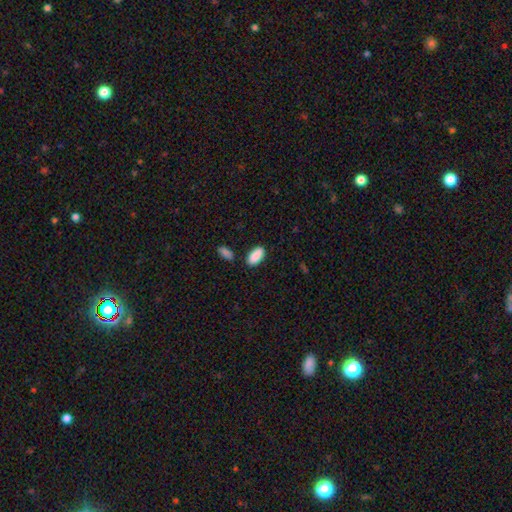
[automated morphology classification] Overall: smooth (90%). How rounded: in between (90%). Merging: none (82%).